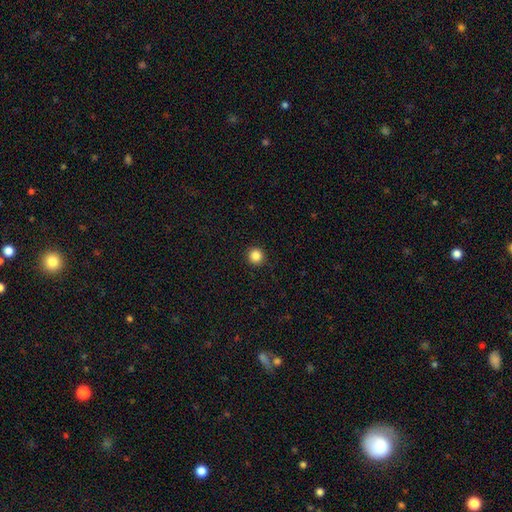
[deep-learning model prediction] Smooth or featured? smooth (86%)
How rounded? round (96%)
Merging? none (93%)